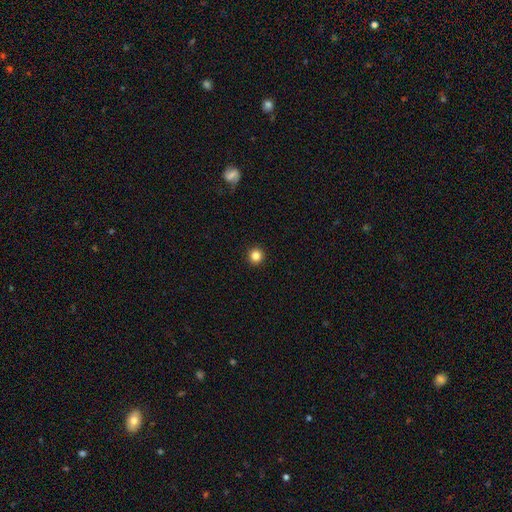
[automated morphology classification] A smooth galaxy with no disk features (84%) that is round (96%).

Vote fractions:
- Smooth or featured? smooth: 84% / star or artifact: 12% / featured or disk: 4%
- How rounded? round: 96% / in between: 3% / cigar-shaped: 1%
- Merging? none: 94% / minor disturbance: 4% / major disturbance: 1% / merger: 1%